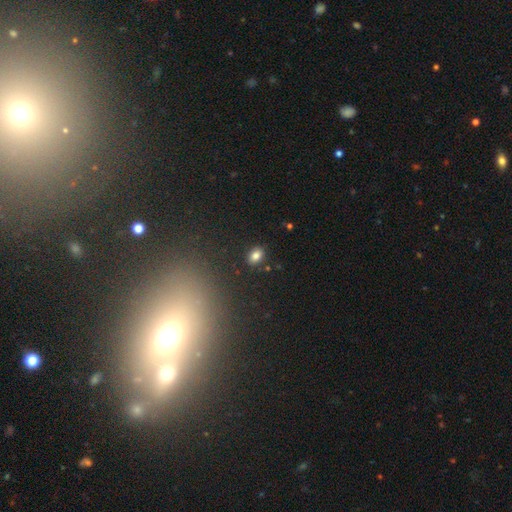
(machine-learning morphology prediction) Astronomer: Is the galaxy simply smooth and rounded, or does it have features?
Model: smooth — 82%.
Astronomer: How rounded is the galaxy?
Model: in between — 73%.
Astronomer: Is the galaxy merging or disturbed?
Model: none — 87%.